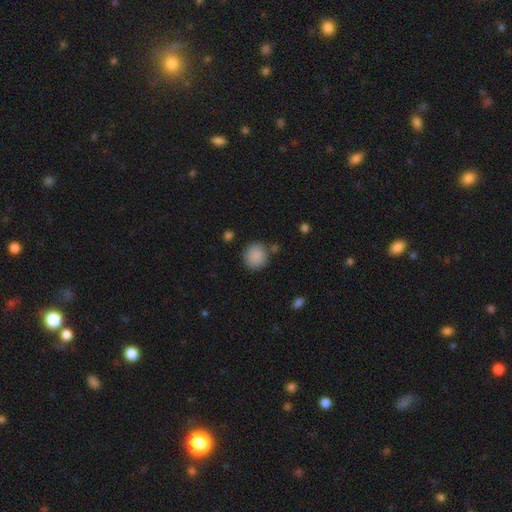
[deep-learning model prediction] This is clearly a smooth galaxy (88%). How rounded: clearly round (90%). Merging: likely none (80%).